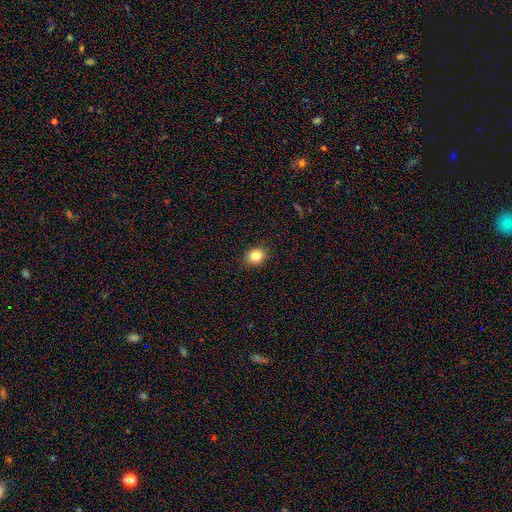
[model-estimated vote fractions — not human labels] smooth-or-featured: smooth: 85% | star or artifact: 10% | featured or disk: 5%
  how-rounded: round: 64% | in between: 35% | cigar-shaped: 1%
  merging: none: 89% | minor disturbance: 8% | major disturbance: 2% | merger: 1%